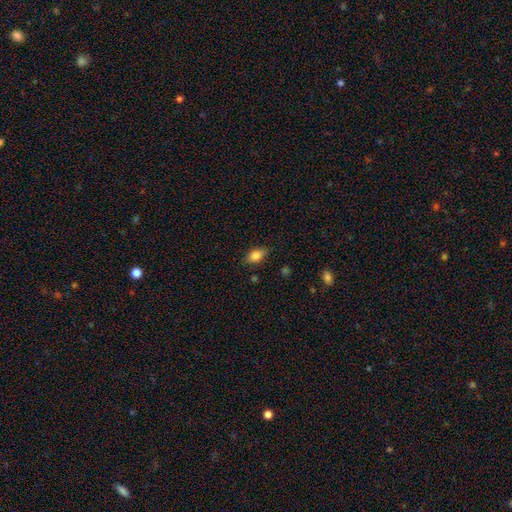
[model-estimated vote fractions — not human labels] Smooth or featured? Predicted: smooth (p=0.83). How rounded? Predicted: in between (p=0.86). Merging? Predicted: none (p=0.82).